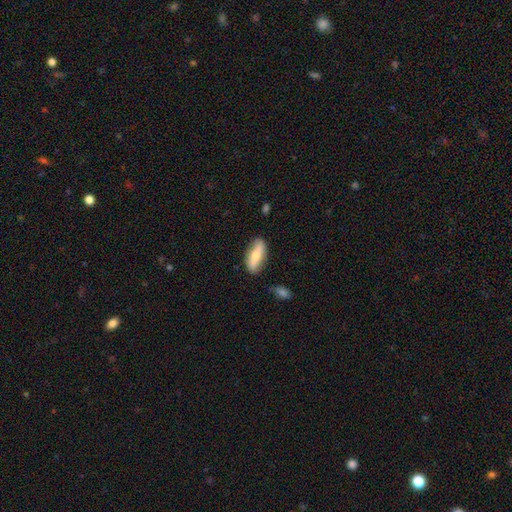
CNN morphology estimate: smooth-or-featured: smooth: 58% | featured or disk: 37% | star or artifact: 6%
  how-rounded: in between: 67% | cigar-shaped: 29% | round: 3%
  merging: none: 80% | minor disturbance: 15% | major disturbance: 3% | merger: 2%